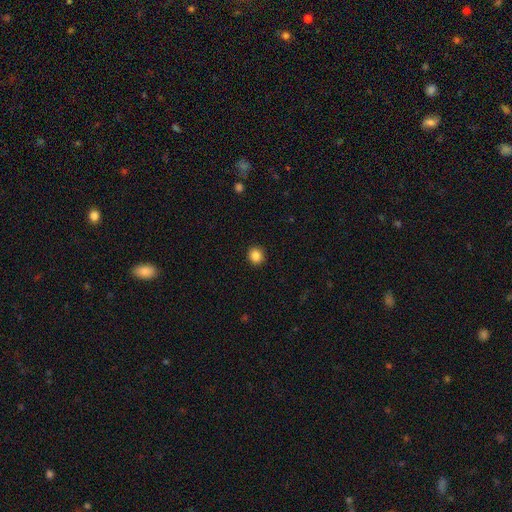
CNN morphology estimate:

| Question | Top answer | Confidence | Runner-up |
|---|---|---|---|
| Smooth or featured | smooth | 86% | star or artifact (10%) |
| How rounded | round | 84% | in between (15%) |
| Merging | none | 92% | minor disturbance (5%) |